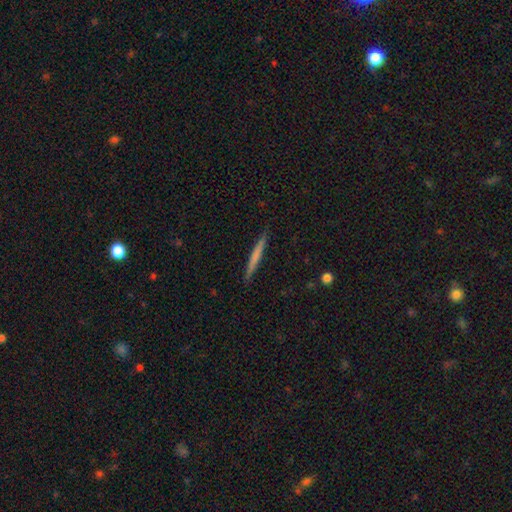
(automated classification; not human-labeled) Smooth or featured? smooth (61%)
How rounded? cigar-shaped (96%)
Merging? none (90%)